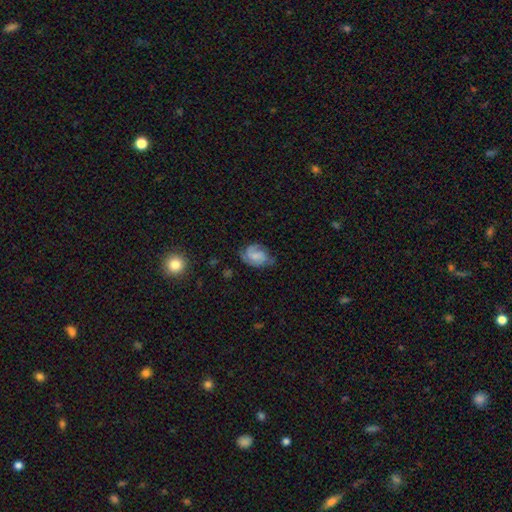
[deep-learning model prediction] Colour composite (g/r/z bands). It shows a featured or disk galaxy (53%) with no bar (60%), spiral arms (86%) and a small central bulge (43%). Merging: none (52%).